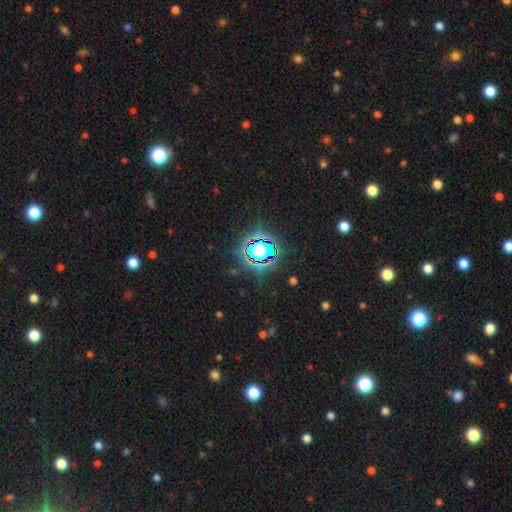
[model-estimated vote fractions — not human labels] Smooth or featured: star or artifact — 81% (smooth — 12%)